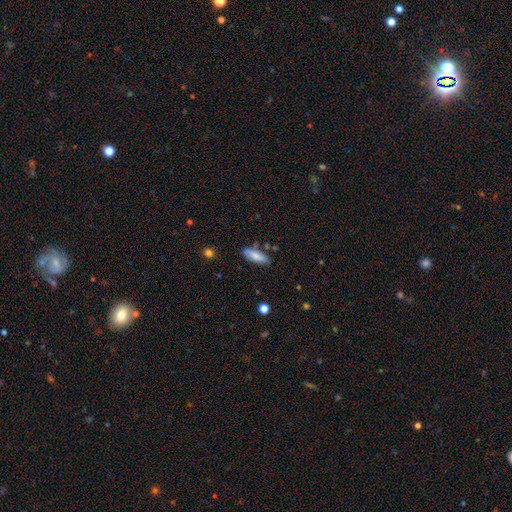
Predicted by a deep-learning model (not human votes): Morphology: type=smooth (79%); roundness=in between (58%); merging=none (71%).